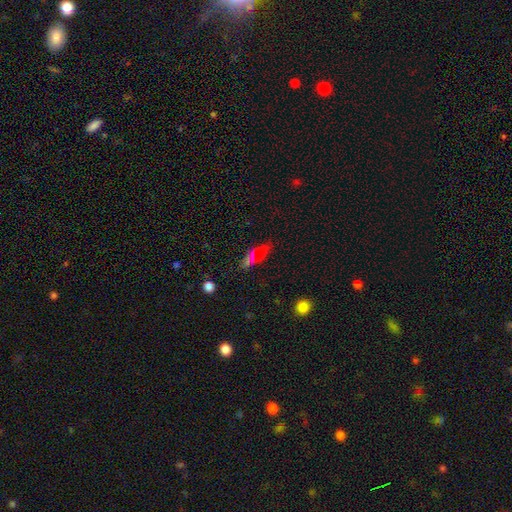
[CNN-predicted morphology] Smooth or featured? smooth (64%)
How rounded? in between (61%)
Merging? none (82%)